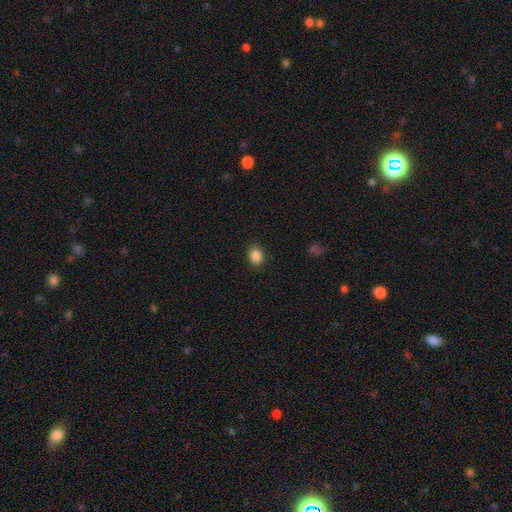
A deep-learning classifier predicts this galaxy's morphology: Overall: smooth (87%). How rounded: round (51%; in between 48%). Merging: none (89%).